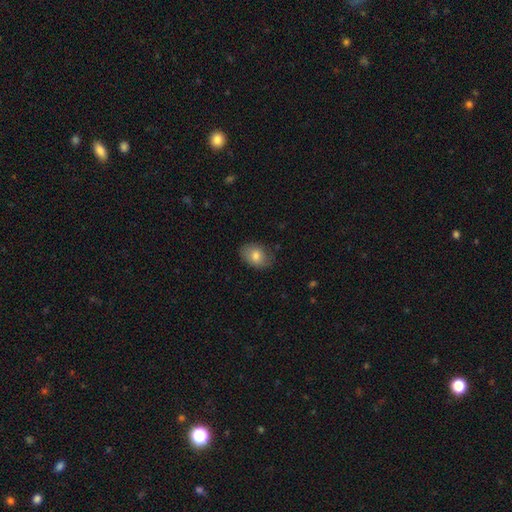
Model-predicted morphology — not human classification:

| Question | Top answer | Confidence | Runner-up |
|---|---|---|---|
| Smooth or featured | smooth | 80% | featured or disk (13%) |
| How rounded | in between | 76% | round (23%) |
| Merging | none | 77% | minor disturbance (18%) |